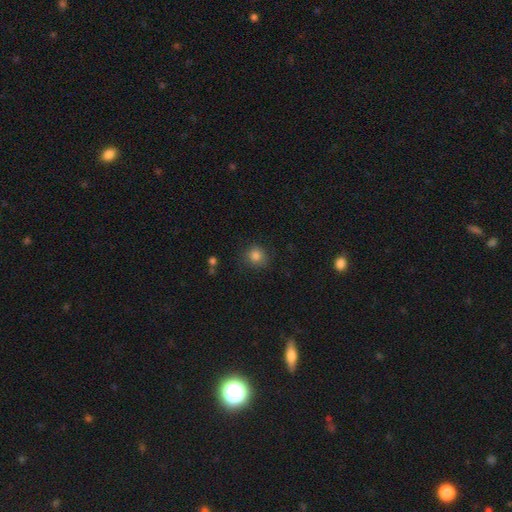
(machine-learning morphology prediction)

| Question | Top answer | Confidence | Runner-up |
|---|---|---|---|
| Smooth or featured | smooth | 84% | star or artifact (11%) |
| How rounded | round | 88% | in between (11%) |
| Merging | none | 82% | minor disturbance (13%) |